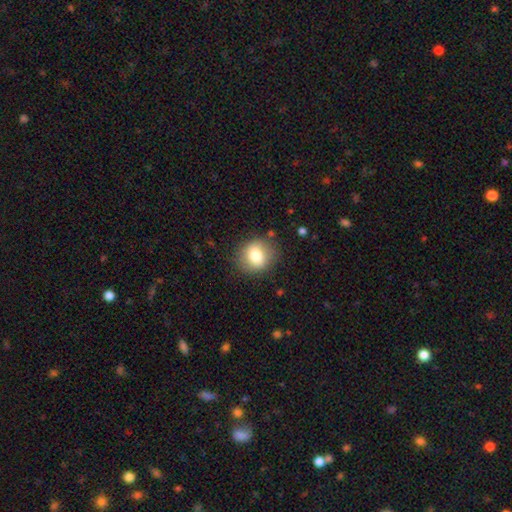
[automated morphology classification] This is likely a smooth galaxy (77%). How rounded: likely round (78%). Merging: clearly none (84%).